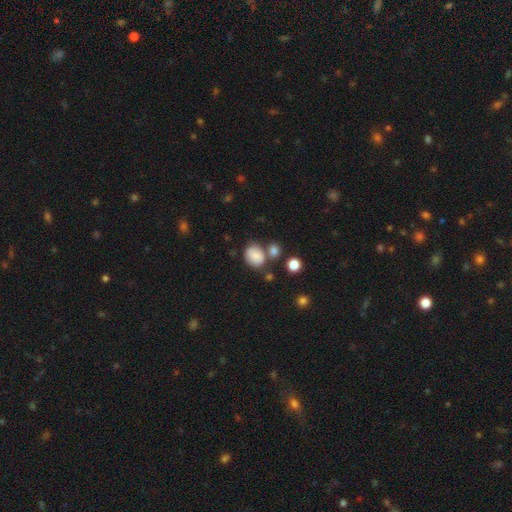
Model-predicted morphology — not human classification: Smooth or featured?
  - smooth: 77% *
  - featured or disk: 13%
  - star or artifact: 10%
How rounded?
  - round: 54% *
  - in between: 45%
  - cigar-shaped: 1%
Merging?
  - none: 56% *
  - merger: 20%
  - minor disturbance: 18%
  - major disturbance: 6%